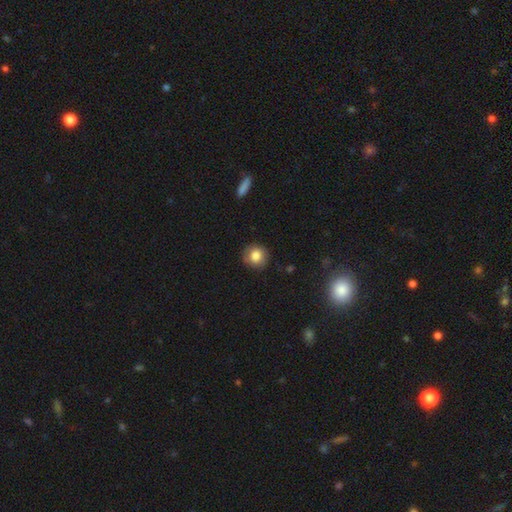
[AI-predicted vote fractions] smooth-or-featured: smooth: 83% | star or artifact: 9% | featured or disk: 8%
  how-rounded: round: 89% | in between: 10% | cigar-shaped: 1%
  merging: none: 84% | minor disturbance: 12% | major disturbance: 3% | merger: 1%